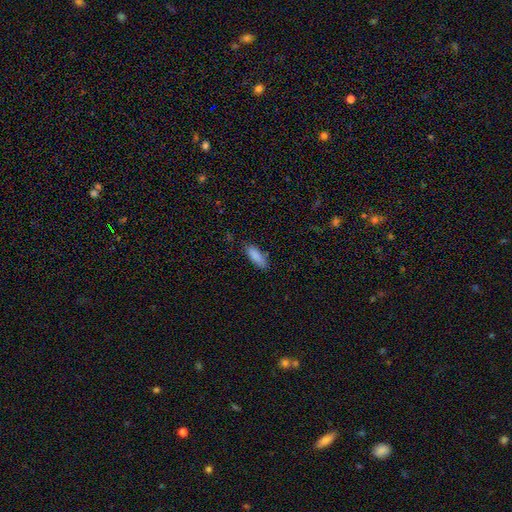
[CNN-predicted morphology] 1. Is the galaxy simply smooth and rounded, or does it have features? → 87% smooth, 7% star or artifact, 6% featured or disk.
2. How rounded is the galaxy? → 58% in between, 40% cigar-shaped, 2% round.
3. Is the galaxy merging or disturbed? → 76% none, 18% minor disturbance, 3% major disturbance, 2% merger.